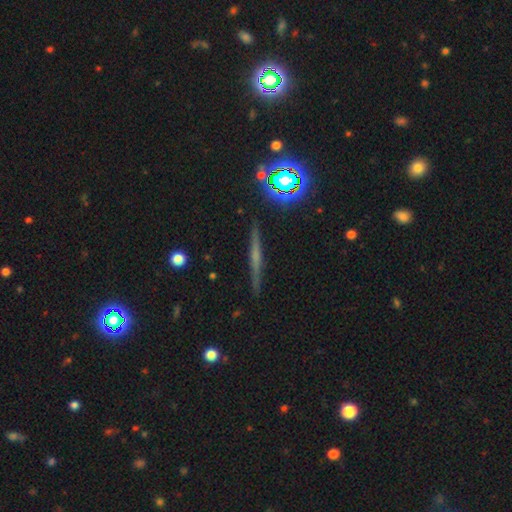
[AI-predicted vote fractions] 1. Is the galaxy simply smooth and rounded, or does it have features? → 58% featured or disk, 27% smooth, 15% star or artifact.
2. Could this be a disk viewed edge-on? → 97% yes, 3% no.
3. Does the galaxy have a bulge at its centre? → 51% none, 36% rounded, 13% boxy.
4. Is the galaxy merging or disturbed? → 89% none, 7% minor disturbance, 2% major disturbance, 2% merger.